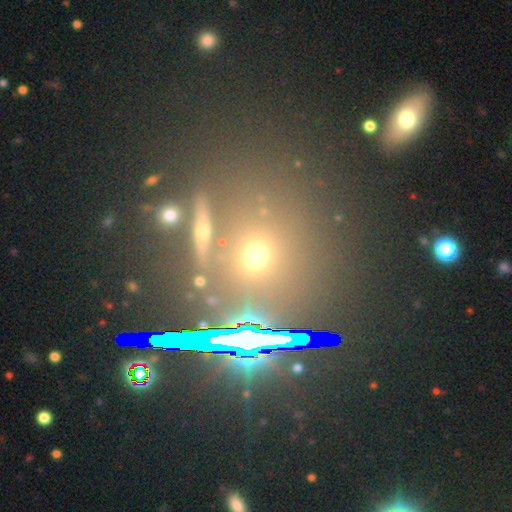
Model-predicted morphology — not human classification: A star or artifact, not a galaxy (44%).